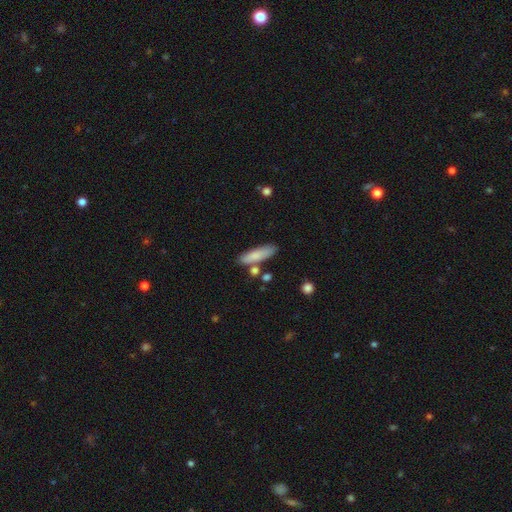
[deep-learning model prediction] A smooth galaxy with no disk features (81%) that is cigar-shaped (67%).

Vote fractions:
- Smooth or featured? smooth: 81% / featured or disk: 13% / star or artifact: 6%
- How rounded? cigar-shaped: 67% / in between: 31% / round: 2%
- Merging? none: 75% / minor disturbance: 13% / merger: 9% / major disturbance: 3%